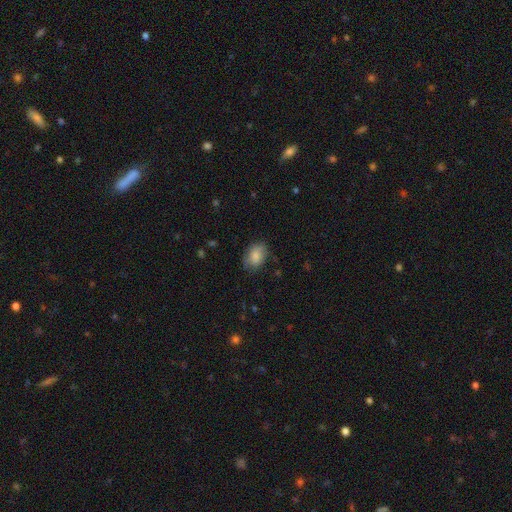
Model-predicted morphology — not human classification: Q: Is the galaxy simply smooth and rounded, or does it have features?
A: smooth — 86%.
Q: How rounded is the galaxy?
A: in between — 79%.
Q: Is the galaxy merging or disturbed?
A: none — 75%.